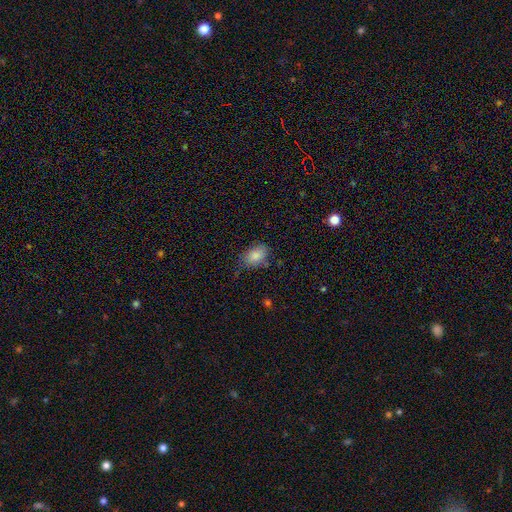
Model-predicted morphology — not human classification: smooth-or-featured: smooth: 83% | star or artifact: 8% | featured or disk: 8%
  how-rounded: in between: 86% | round: 13% | cigar-shaped: 1%
  merging: none: 63% | minor disturbance: 27% | major disturbance: 7% | merger: 2%